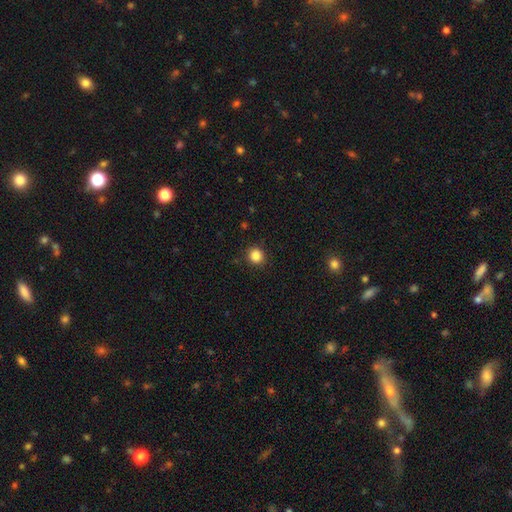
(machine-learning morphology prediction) Overall: smooth (86%). How rounded: round (91%). Merging: none (91%).